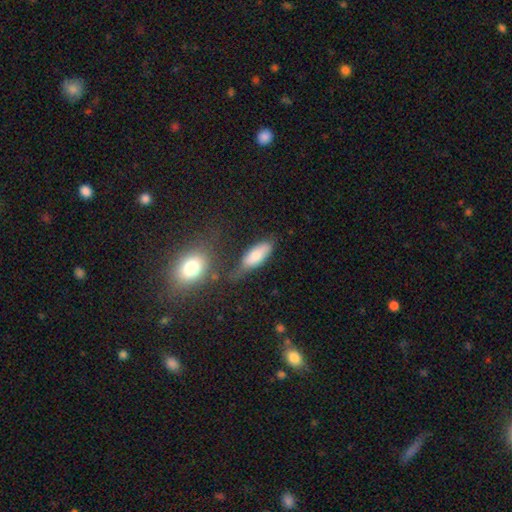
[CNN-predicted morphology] Smooth or featured: smooth — 75% (featured or disk — 18%)
How rounded: in between — 76% (cigar-shaped — 21%)
Merging: none — 48% (minor disturbance — 28%)